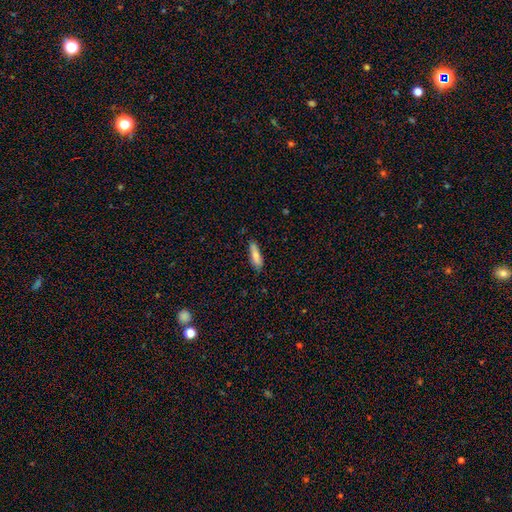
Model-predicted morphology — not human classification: Smooth or featured?
  - smooth: 79% *
  - featured or disk: 14%
  - star or artifact: 6%
How rounded?
  - cigar-shaped: 58% *
  - in between: 40%
  - round: 2%
Merging?
  - none: 78% *
  - minor disturbance: 17%
  - major disturbance: 3%
  - merger: 2%